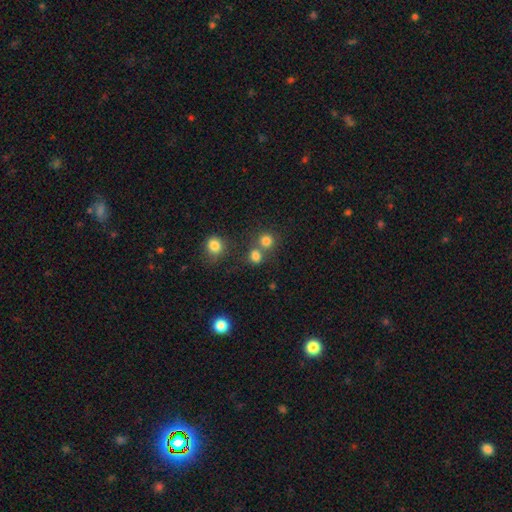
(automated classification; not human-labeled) Smooth or featured?
  - smooth: 78% *
  - star or artifact: 16%
  - featured or disk: 7%
How rounded?
  - round: 78% *
  - in between: 21%
  - cigar-shaped: 1%
Merging?
  - none: 55% *
  - merger: 34%
  - minor disturbance: 8%
  - major disturbance: 4%